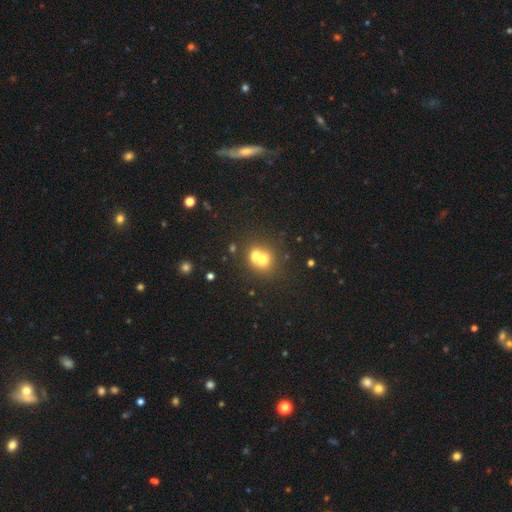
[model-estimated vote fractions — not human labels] Morphology: type=smooth (65%); roundness=round (79%); merging=merger (59%).